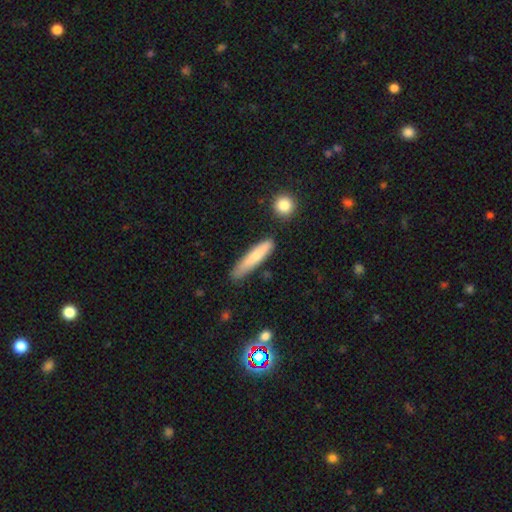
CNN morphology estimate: This appears to be a smooth galaxy with no disk features (73%) that is cigar-shaped (87%). Merging: none (74%).